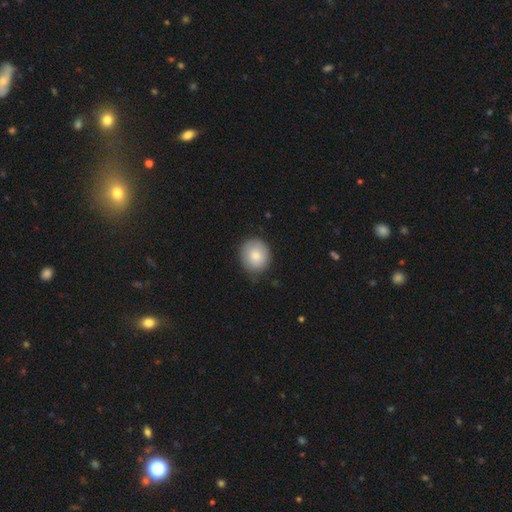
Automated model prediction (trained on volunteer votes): A smooth galaxy with no disk features (81%) that is round (80%). Merging: none (79%).